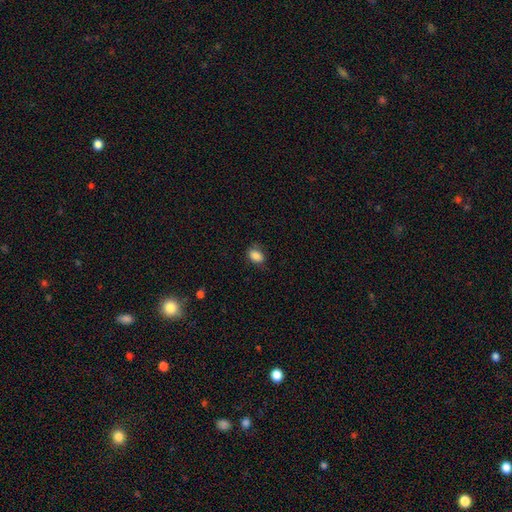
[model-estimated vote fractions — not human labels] Smooth or featured: smooth — 87% (star or artifact — 9%)
How rounded: in between — 80% (round — 19%)
Merging: none — 77% (minor disturbance — 17%)